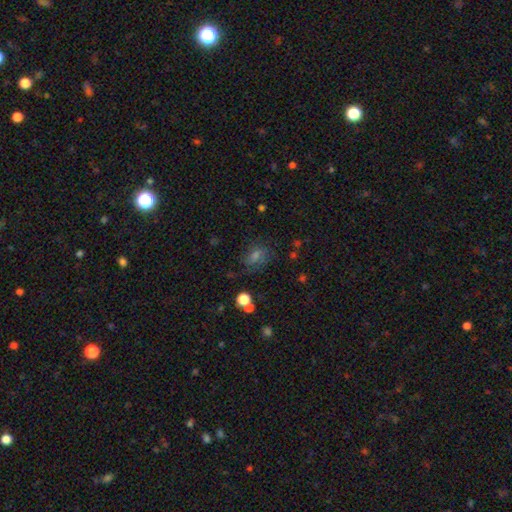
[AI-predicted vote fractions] Smooth or featured?
  - smooth: 44% *
  - star or artifact: 32%
  - featured or disk: 23%
Merging?
  - none: 69% *
  - minor disturbance: 18%
  - major disturbance: 9%
  - merger: 3%